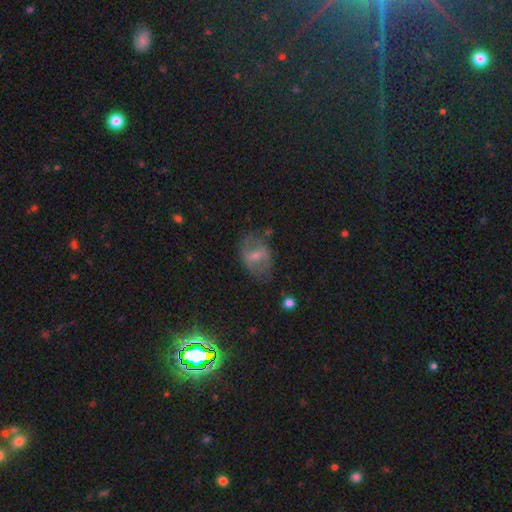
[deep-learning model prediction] A featured or disk galaxy (52%).

Vote fractions:
- Smooth or featured? featured or disk: 52% / smooth: 39% / star or artifact: 9%
- Edge-on disk? no: 93% / yes: 7%
- Merging? none: 57% / minor disturbance: 24% / major disturbance: 16% / merger: 3%